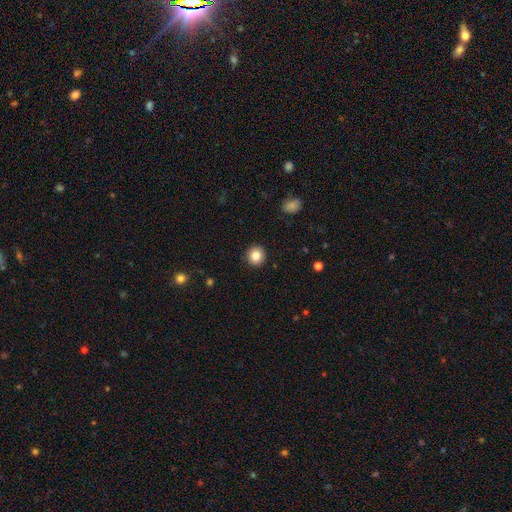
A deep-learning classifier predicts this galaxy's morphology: Smooth or featured?
  - smooth: 84% *
  - star or artifact: 10%
  - featured or disk: 6%
How rounded?
  - round: 92% *
  - in between: 7%
  - cigar-shaped: 1%
Merging?
  - none: 93% *
  - minor disturbance: 5%
  - major disturbance: 2%
  - merger: 1%